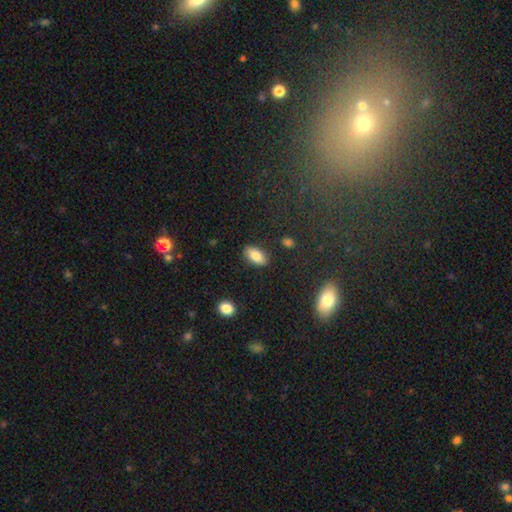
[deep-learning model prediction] This appears to be a smooth galaxy with no disk features (82%) that is in between round and cigar-shaped (91%). Merging: none (86%).